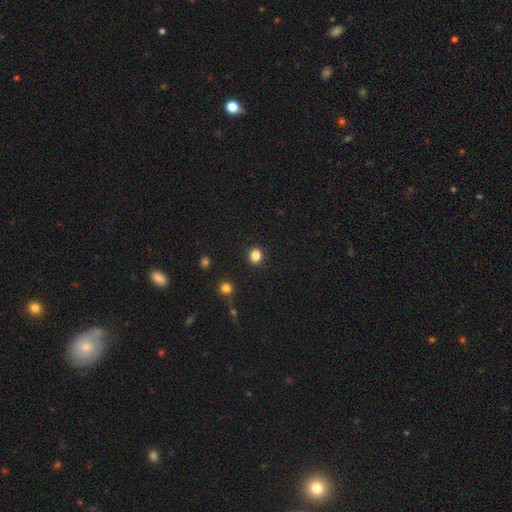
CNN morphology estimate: The model was most divided on "how rounded": round: 76%, in between: 23%, cigar-shaped: 1%. More confident: merging — none (91%); smooth or featured — smooth (84%).